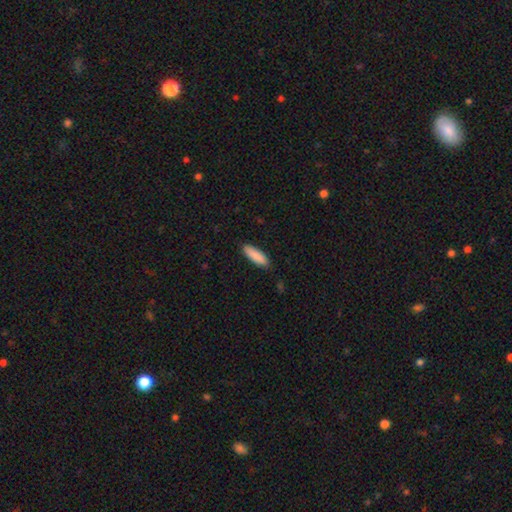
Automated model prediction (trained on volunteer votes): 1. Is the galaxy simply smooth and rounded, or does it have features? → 89% smooth, 6% star or artifact, 5% featured or disk.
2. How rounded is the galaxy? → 54% in between, 45% cigar-shaped, 1% round.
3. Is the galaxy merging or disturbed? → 87% none, 10% minor disturbance, 2% major disturbance, 1% merger.